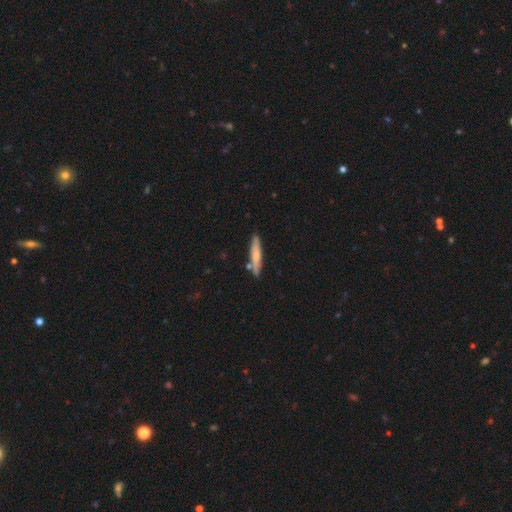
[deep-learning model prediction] Smooth or featured? Predicted: smooth (p=0.62). How rounded? Predicted: cigar-shaped (p=0.90). Merging? Predicted: none (p=0.82).